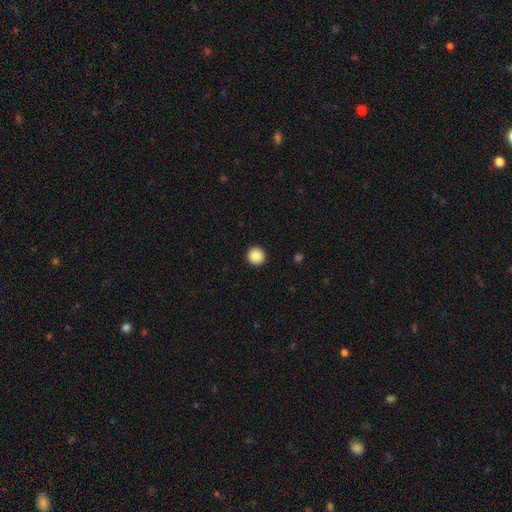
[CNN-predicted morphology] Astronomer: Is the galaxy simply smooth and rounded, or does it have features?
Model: smooth — 87%.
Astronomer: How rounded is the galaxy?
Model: round — 96%.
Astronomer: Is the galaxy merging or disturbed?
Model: none — 94%.